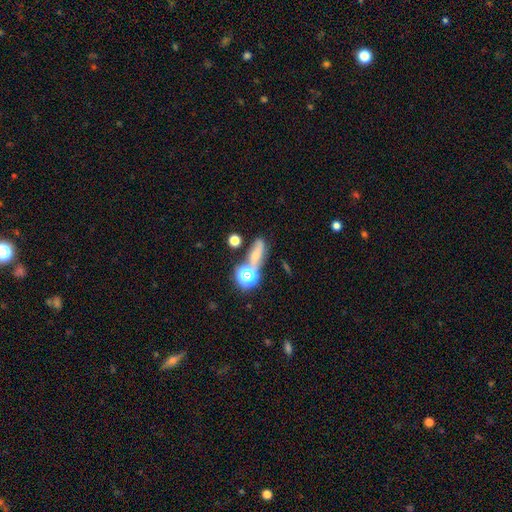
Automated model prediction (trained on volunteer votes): Smooth or featured: smooth — 54% (star or artifact — 24%)
How rounded: in between — 44% (round — 36%)
Merging: none — 50% (merger — 25%)